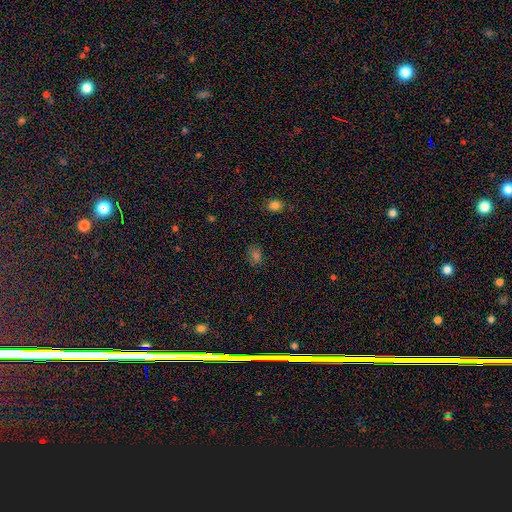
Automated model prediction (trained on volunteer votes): A smooth galaxy with no disk features (67%) that is in between round and cigar-shaped (56%).

Vote fractions:
- Smooth or featured? smooth: 67% / star or artifact: 27% / featured or disk: 7%
- How rounded? in between: 56% / round: 42% / cigar-shaped: 2%
- Merging? none: 83% / minor disturbance: 12% / major disturbance: 3% / merger: 2%